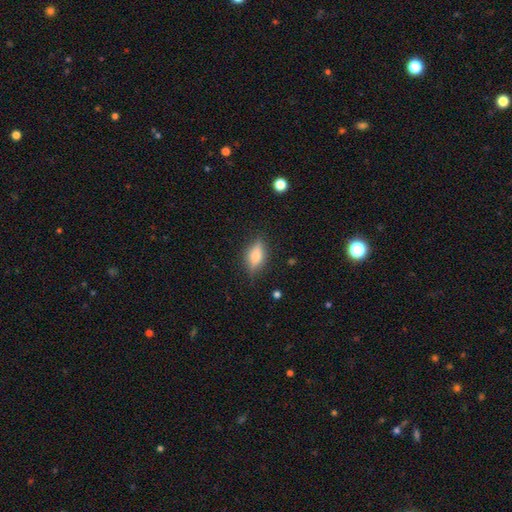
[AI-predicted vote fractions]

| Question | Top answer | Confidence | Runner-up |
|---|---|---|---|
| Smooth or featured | smooth | 57% | featured or disk (34%) |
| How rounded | in between | 71% | cigar-shaped (22%) |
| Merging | none | 80% | minor disturbance (15%) |